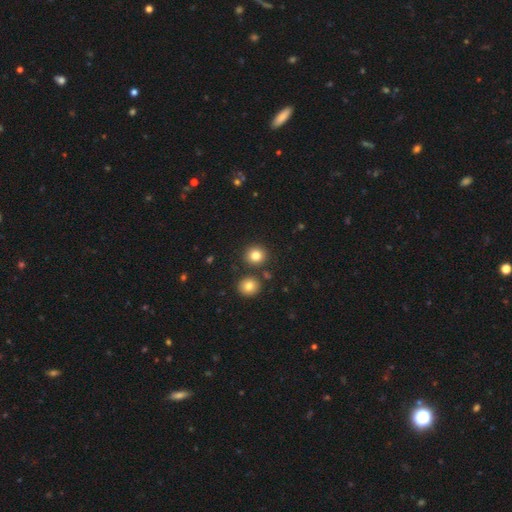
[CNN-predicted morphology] A smooth galaxy with no disk features (82%) that is round (88%).

Vote fractions:
- Smooth or featured? smooth: 82% / star or artifact: 11% / featured or disk: 7%
- How rounded? round: 88% / in between: 11% / cigar-shaped: 1%
- Merging? none: 84% / merger: 7% / minor disturbance: 6% / major disturbance: 2%